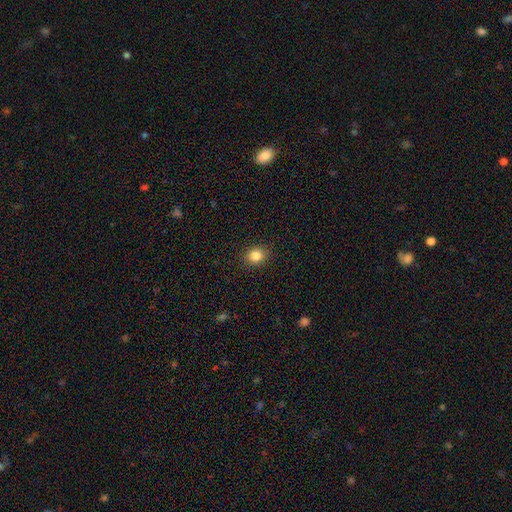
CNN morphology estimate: Smooth or featured?
  - smooth: 85% *
  - star or artifact: 11%
  - featured or disk: 4%
How rounded?
  - round: 69% *
  - in between: 30%
  - cigar-shaped: 1%
Merging?
  - none: 90% *
  - minor disturbance: 7%
  - major disturbance: 2%
  - merger: 1%